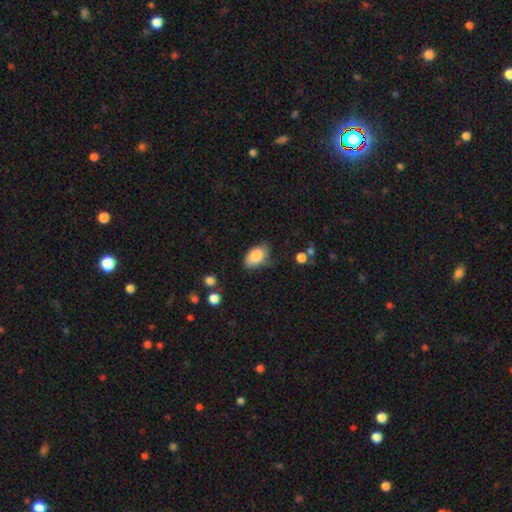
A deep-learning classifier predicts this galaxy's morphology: The model was most divided on "merging": none: 63%, minor disturbance: 28%, major disturbance: 7%, merger: 2%. More confident: how rounded — in between (89%); smooth or featured — smooth (85%).